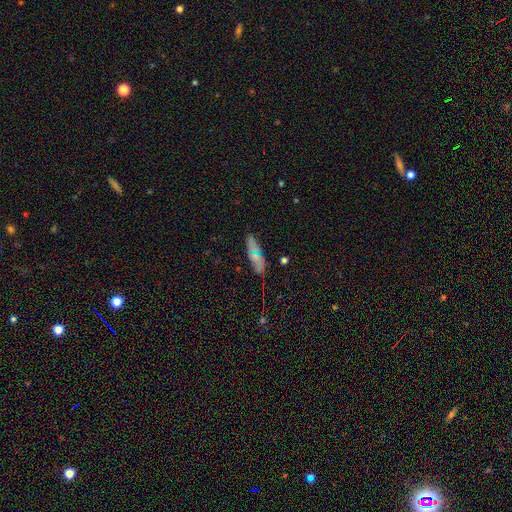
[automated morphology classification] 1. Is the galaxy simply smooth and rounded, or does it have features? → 62% smooth, 21% featured or disk, 17% star or artifact.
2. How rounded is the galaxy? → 65% in between, 31% cigar-shaped, 4% round.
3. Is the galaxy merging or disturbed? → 76% none, 17% minor disturbance, 4% major disturbance, 3% merger.